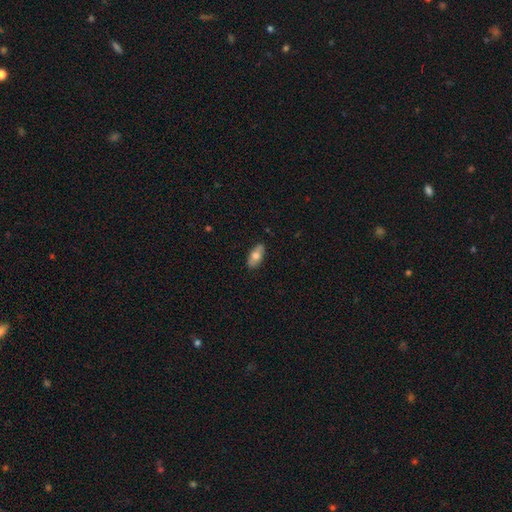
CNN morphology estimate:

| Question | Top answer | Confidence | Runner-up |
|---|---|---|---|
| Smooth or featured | smooth | 71% | featured or disk (22%) |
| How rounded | in between | 86% | cigar-shaped (11%) |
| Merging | none | 87% | minor disturbance (11%) |